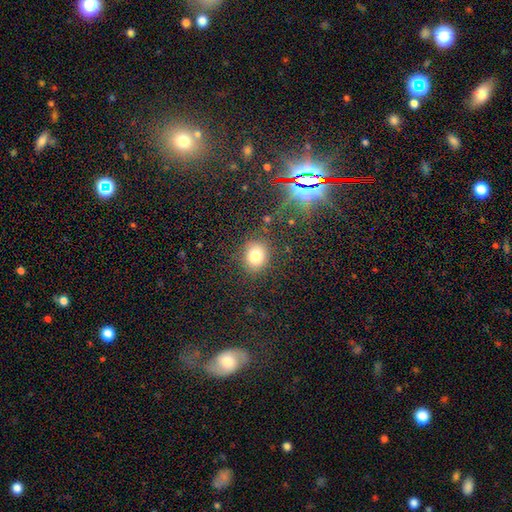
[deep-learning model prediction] Smooth or featured?
  - smooth: 77% *
  - star or artifact: 15%
  - featured or disk: 8%
How rounded?
  - round: 71% *
  - in between: 28%
  - cigar-shaped: 1%
Merging?
  - none: 82% *
  - minor disturbance: 11%
  - major disturbance: 4%
  - merger: 3%